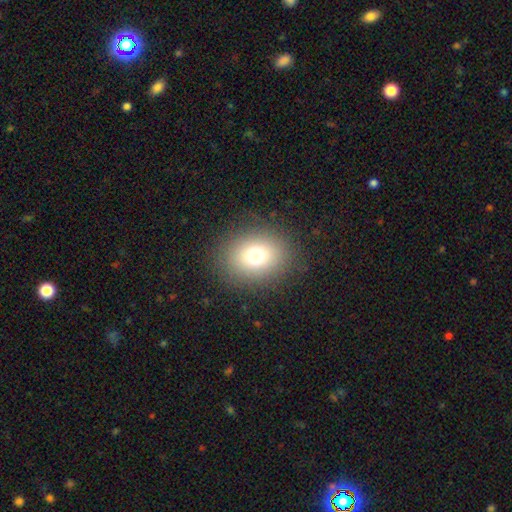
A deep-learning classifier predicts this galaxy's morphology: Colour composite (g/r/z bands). It shows a smooth galaxy with no disk features (72%) that is round (60%). Merging: none (85%).